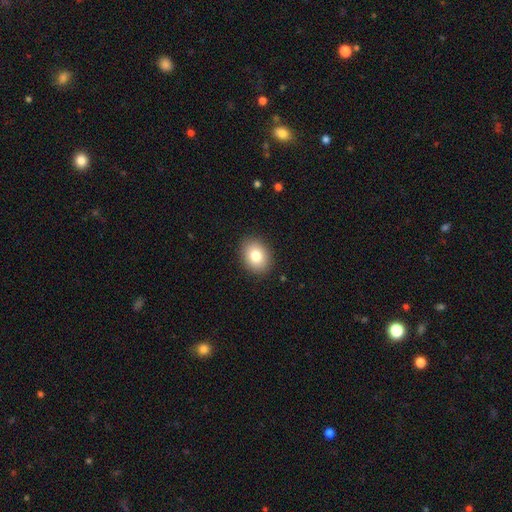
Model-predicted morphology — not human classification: type=smooth (82%); roundness=in between (60%); merging=none (89%).